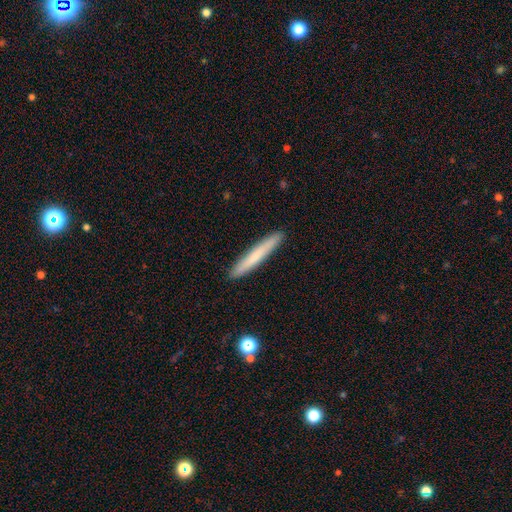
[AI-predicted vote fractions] smooth_or_featured: smooth (p=0.71) [alt: featured or disk p=0.23]
how_rounded: cigar-shaped (p=0.96) [alt: in between p=0.03]
merging: none (p=0.92) [alt: minor disturbance p=0.06]